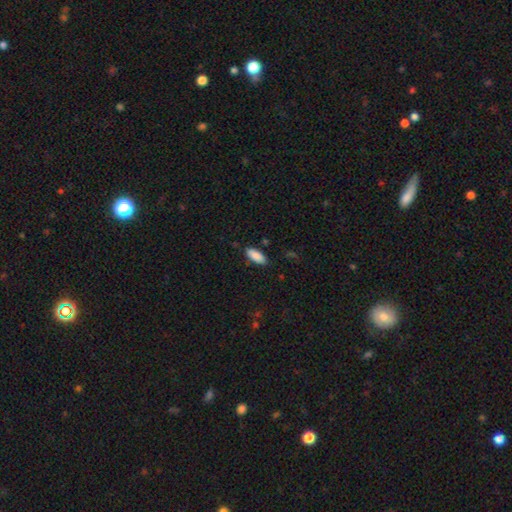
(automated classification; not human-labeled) A smooth galaxy with no disk features (89%) that is in between round and cigar-shaped (82%).

Vote fractions:
- Smooth or featured? smooth: 89% / star or artifact: 6% / featured or disk: 5%
- How rounded? in between: 82% / cigar-shaped: 16% / round: 2%
- Merging? none: 85% / minor disturbance: 12% / major disturbance: 2% / merger: 2%